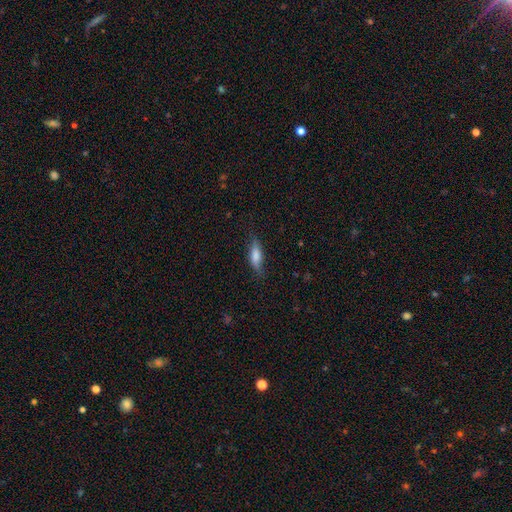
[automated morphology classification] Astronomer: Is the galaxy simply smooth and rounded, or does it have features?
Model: smooth — 70%.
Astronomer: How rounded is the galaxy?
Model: in between — 57% (runner-up: cigar-shaped, 40%).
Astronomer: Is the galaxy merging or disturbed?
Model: none — 69%.